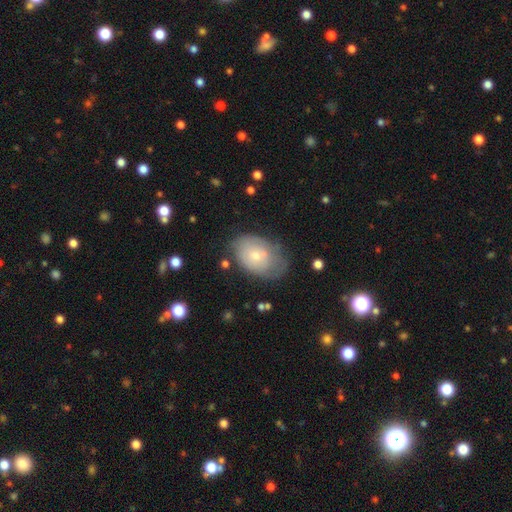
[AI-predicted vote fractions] Smooth or featured?
  - smooth: 62% *
  - featured or disk: 30%
  - star or artifact: 8%
How rounded?
  - in between: 81% *
  - round: 18%
  - cigar-shaped: 1%
Merging?
  - none: 54% *
  - minor disturbance: 29%
  - major disturbance: 12%
  - merger: 5%